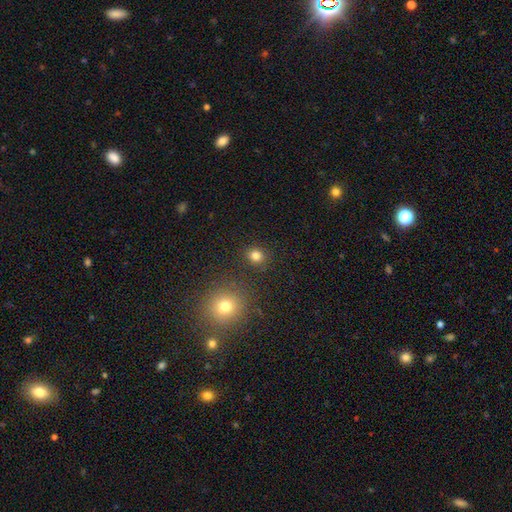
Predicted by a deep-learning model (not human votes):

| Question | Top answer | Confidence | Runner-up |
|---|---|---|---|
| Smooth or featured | smooth | 80% | star or artifact (15%) |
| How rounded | round | 82% | in between (17%) |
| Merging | none | 87% | minor disturbance (7%) |